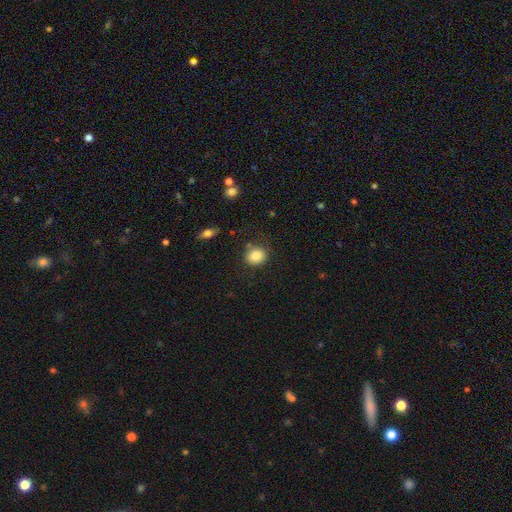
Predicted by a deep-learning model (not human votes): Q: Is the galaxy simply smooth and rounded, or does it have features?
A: smooth — 84%.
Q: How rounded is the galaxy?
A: round — 76%.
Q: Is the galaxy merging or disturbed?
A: none — 81%.